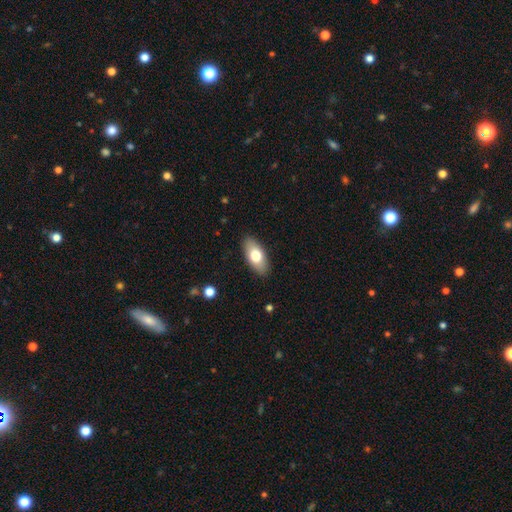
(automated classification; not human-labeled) Overall: smooth (72%). How rounded: in between (90%). Merging: none (89%).